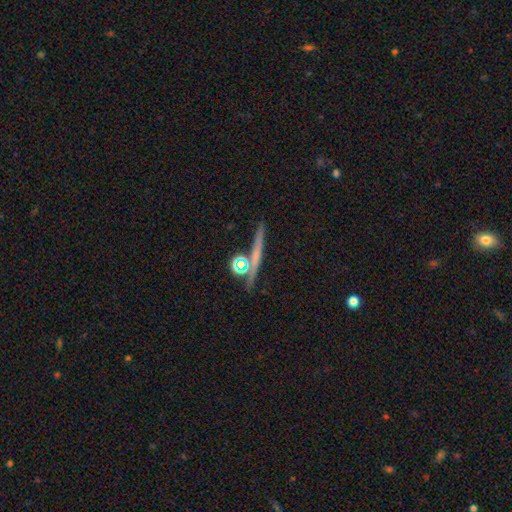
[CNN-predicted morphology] A featured or disk galaxy (44%). Merging: none (76%).